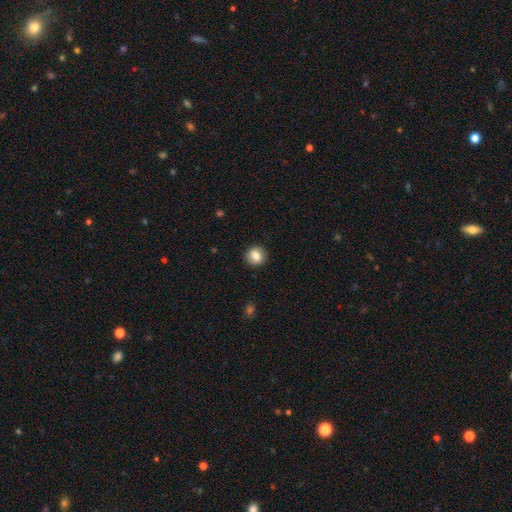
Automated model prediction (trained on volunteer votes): Smooth or featured? smooth (80%)
How rounded? round (84%)
Merging? none (89%)